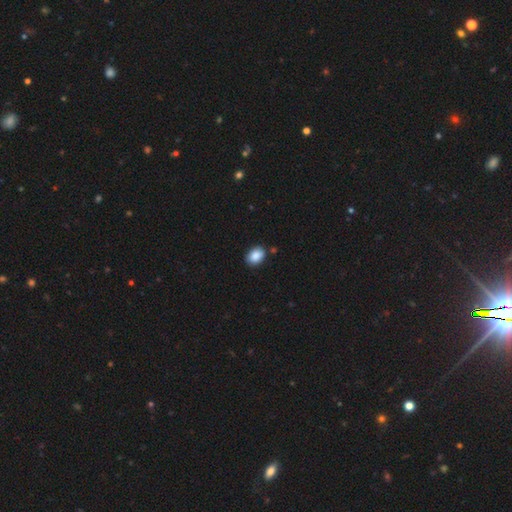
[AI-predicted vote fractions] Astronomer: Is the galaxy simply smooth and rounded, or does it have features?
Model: smooth — 88%.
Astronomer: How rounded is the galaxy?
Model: in between — 73%.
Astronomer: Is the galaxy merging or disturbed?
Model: none — 83%.